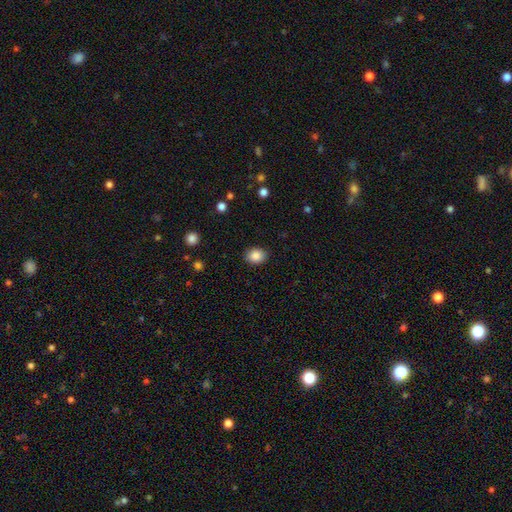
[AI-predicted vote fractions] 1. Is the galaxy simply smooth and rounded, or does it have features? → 86% smooth, 9% star or artifact, 5% featured or disk.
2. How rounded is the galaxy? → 50% round (tied), 50% in between (tied), 1% cigar-shaped.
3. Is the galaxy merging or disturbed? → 89% none, 8% minor disturbance, 2% major disturbance, 1% merger.